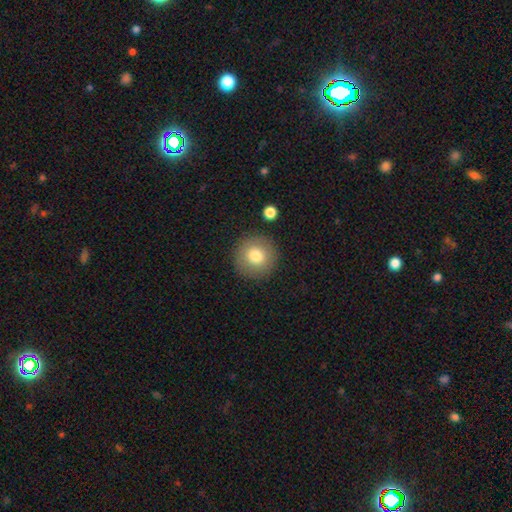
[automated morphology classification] A smooth galaxy with no disk features (79%) that is round (95%).

Vote fractions:
- Smooth or featured? smooth: 79% / featured or disk: 12% / star or artifact: 9%
- How rounded? round: 95% / in between: 4% / cigar-shaped: 1%
- Merging? none: 88% / minor disturbance: 7% / major disturbance: 3% / merger: 2%